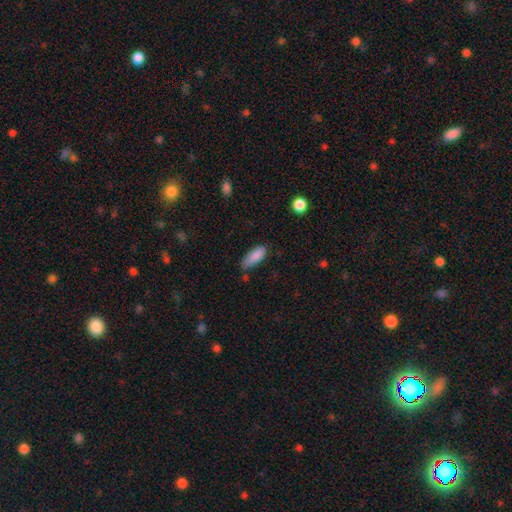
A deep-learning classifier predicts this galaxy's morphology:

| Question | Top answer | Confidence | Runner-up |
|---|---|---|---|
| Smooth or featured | smooth | 87% | star or artifact (7%) |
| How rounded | in between | 70% | cigar-shaped (28%) |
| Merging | none | 59% | minor disturbance (31%) |